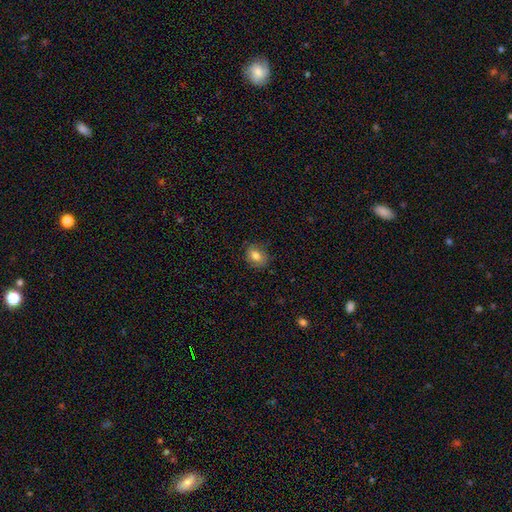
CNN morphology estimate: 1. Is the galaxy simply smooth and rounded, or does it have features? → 78% smooth, 12% featured or disk, 9% star or artifact.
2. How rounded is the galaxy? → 58% in between, 41% round, 1% cigar-shaped.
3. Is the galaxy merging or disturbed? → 80% none, 16% minor disturbance, 4% major disturbance, 1% merger.